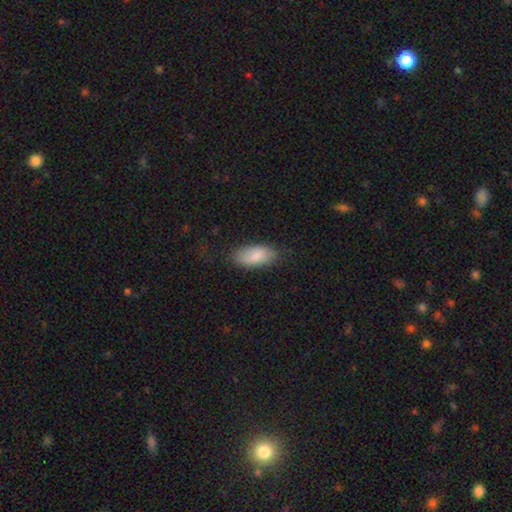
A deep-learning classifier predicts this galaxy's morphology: Smooth or featured?
  - smooth: 85% *
  - featured or disk: 9%
  - star or artifact: 6%
How rounded?
  - in between: 90% *
  - cigar-shaped: 8%
  - round: 2%
Merging?
  - none: 77% *
  - minor disturbance: 17%
  - major disturbance: 4%
  - merger: 1%